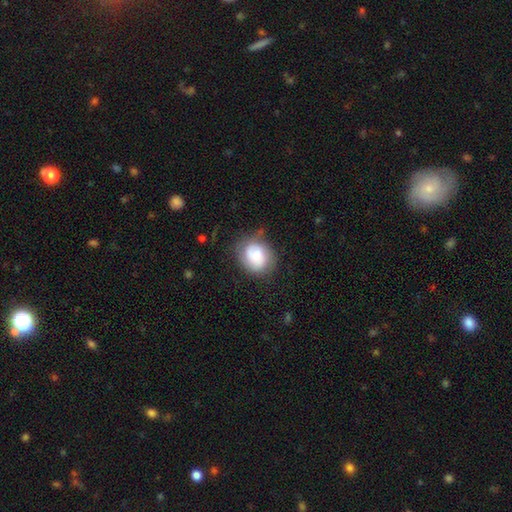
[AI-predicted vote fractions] Morphology: type=smooth (70%); roundness=round (60%); merging=none (60%).